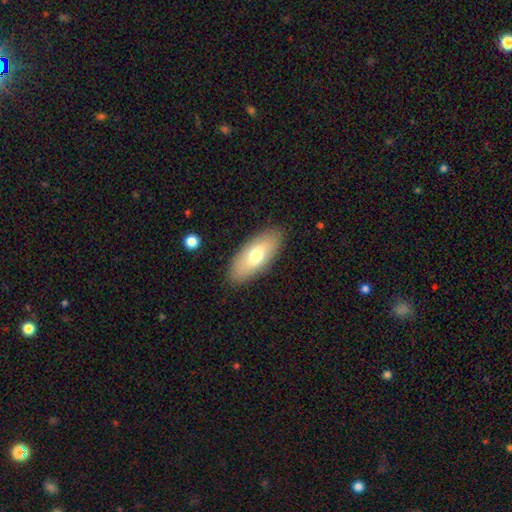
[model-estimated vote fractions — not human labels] smooth 67%, featured or disk 27%, star or artifact 6%. Down the decision tree: how rounded — in between (84%); merging — none (87%).